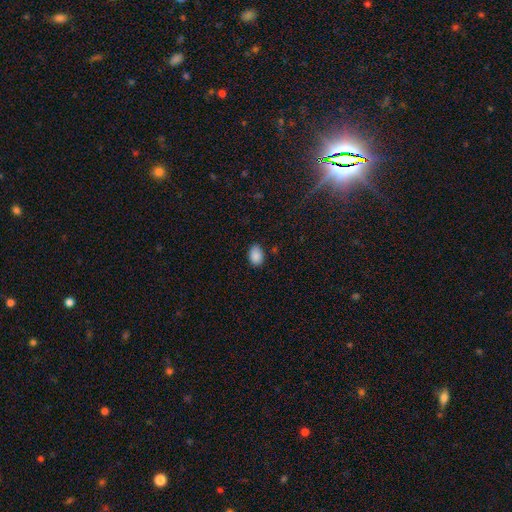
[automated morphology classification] Smooth or featured: smooth — 88% (star or artifact — 9%)
How rounded: in between — 80% (round — 19%)
Merging: none — 80% (minor disturbance — 16%)